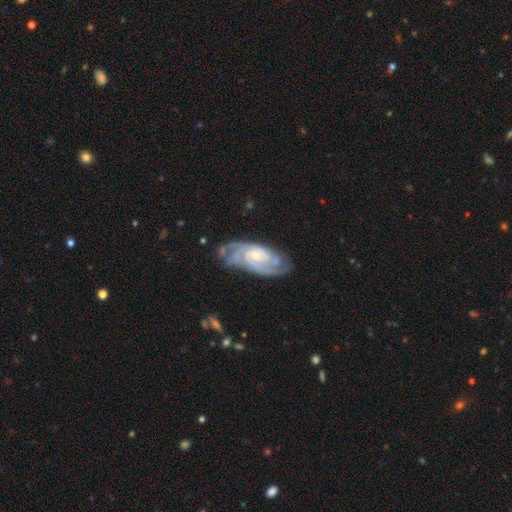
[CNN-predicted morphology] Q: Smooth or featured?
A: featured or disk (87%); runner-up: smooth (8%)
Q: Edge-on disk?
A: no (94%); runner-up: yes (6%)
Q: Bar?
A: no (60%); runner-up: weak (32%)
Q: Spiral arms?
A: yes (97%); runner-up: no (3%)
Q: Spiral winding?
A: tight (67%); runner-up: medium (28%)
Q: Spiral arm count?
A: can't tell (25%); tied with: 3 (25%); 2 (25%)
Q: Bulge size?
A: small (64%); runner-up: moderate (32%)
Q: Merging?
A: none (72%); runner-up: minor disturbance (20%)